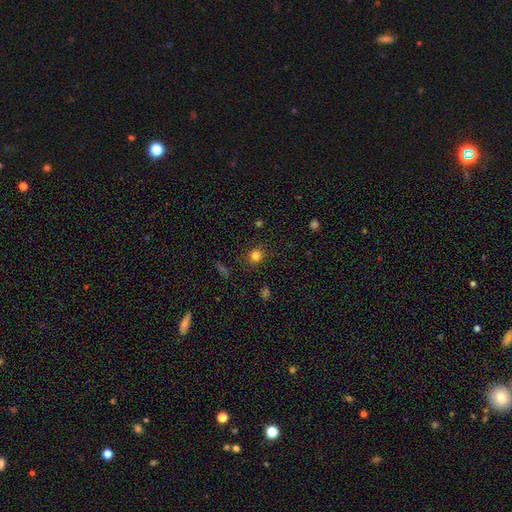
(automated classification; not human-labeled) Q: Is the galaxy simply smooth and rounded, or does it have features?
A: smooth — 79%.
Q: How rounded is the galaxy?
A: round — 87%.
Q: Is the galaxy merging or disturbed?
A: none — 87%.